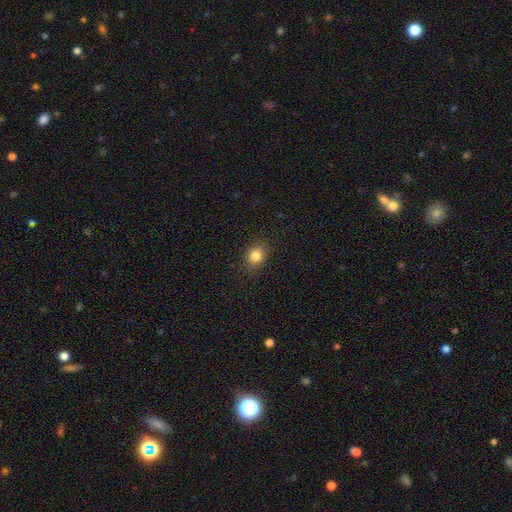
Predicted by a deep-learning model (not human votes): A smooth galaxy with no disk features (84%) that is round (65%).

Vote fractions:
- Smooth or featured? smooth: 84% / star or artifact: 11% / featured or disk: 5%
- How rounded? round: 65% / in between: 34% / cigar-shaped: 1%
- Merging? none: 87% / minor disturbance: 9% / major disturbance: 3% / merger: 1%